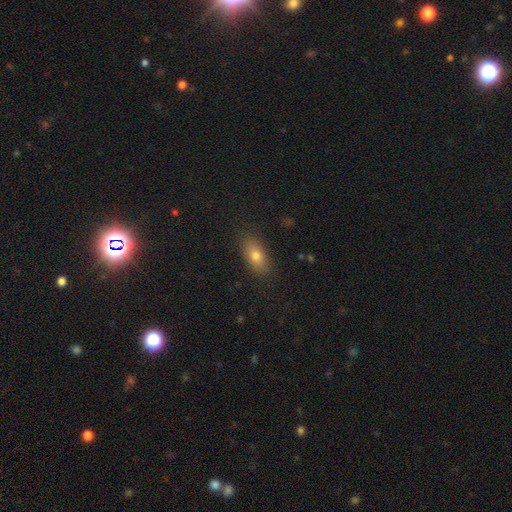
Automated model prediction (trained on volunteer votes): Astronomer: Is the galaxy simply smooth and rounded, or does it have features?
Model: smooth — 77%.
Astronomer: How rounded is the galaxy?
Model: in between — 84%.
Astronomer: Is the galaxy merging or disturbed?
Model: none — 86%.